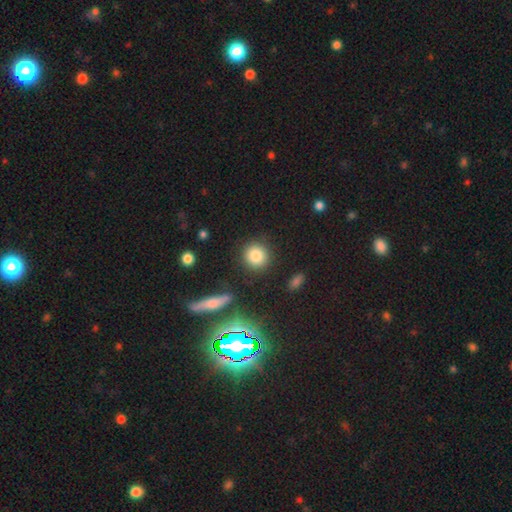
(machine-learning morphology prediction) Smooth or featured? smooth (83%)
How rounded? round (90%)
Merging? none (88%)